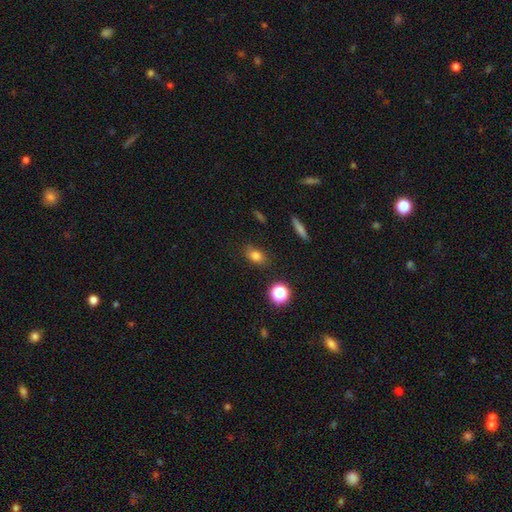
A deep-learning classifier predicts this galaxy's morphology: The model was most divided on "how rounded": in between: 70%, round: 26%, cigar-shaped: 3%. More confident: merging — none (79%); smooth or featured — smooth (78%).